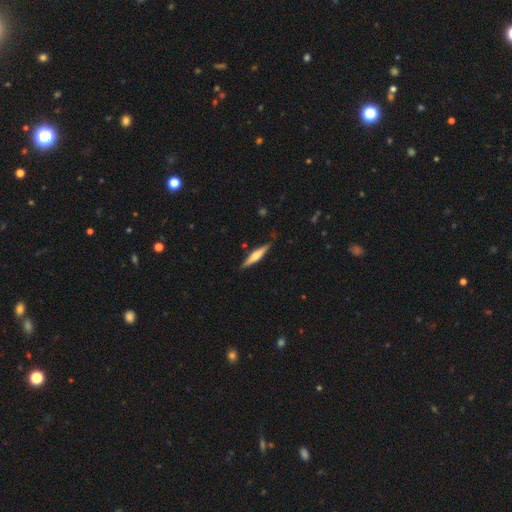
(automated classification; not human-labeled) The model was most divided on "smooth or featured": featured or disk: 49%, smooth: 46%, star or artifact: 6%. More confident: merging — none (87%).